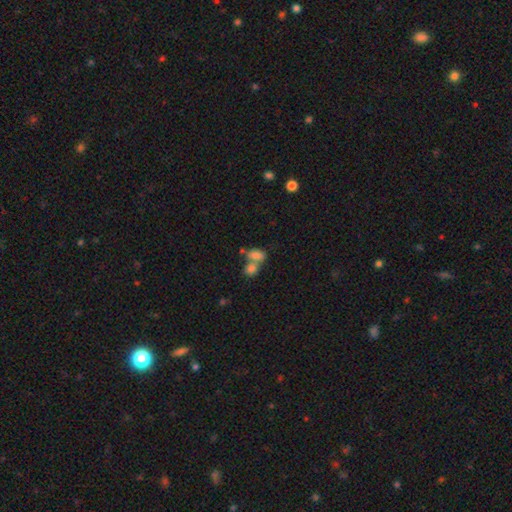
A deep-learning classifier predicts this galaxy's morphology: A smooth galaxy with no disk features (79%) that is in between round and cigar-shaped (82%).

Vote fractions:
- Smooth or featured? smooth: 79% / featured or disk: 11% / star or artifact: 10%
- How rounded? in between: 82% / round: 16% / cigar-shaped: 3%
- Merging? merger: 59% / none: 28% / minor disturbance: 8% / major disturbance: 4%